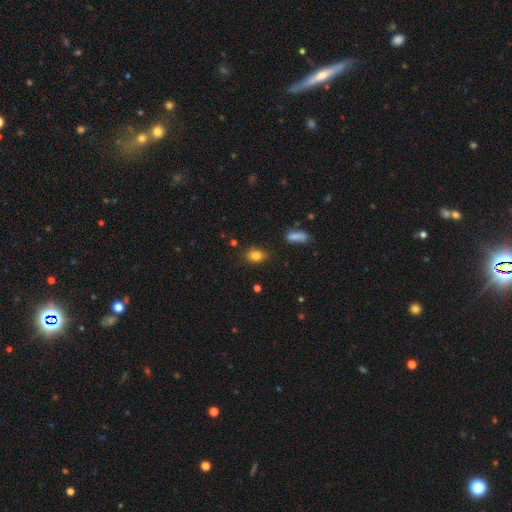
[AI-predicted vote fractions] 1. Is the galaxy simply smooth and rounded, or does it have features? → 82% smooth, 11% star or artifact, 7% featured or disk.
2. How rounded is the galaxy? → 63% in between, 35% round, 2% cigar-shaped.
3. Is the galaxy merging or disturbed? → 81% none, 13% minor disturbance, 3% major disturbance, 2% merger.